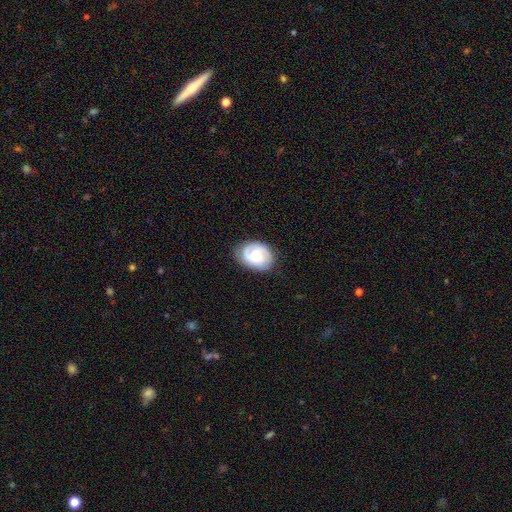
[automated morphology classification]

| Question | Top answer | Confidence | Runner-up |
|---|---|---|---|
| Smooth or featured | featured or disk | 68% | smooth (25%) |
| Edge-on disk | no | 97% | yes (3%) |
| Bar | no | 61% | weak (33%) |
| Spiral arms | yes | 94% | no (6%) |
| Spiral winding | tight | 53% | medium (36%) |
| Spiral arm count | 2 | 56% | 3 (16%) |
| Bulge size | moderate | 51% | small (32%) |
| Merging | none | 79% | minor disturbance (15%) |